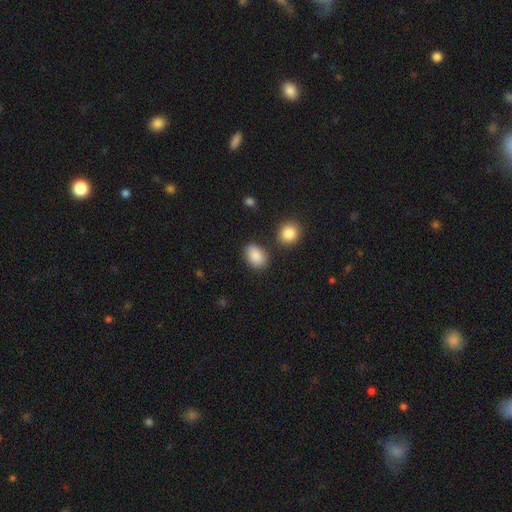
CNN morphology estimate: Overall: smooth (88%). How rounded: in between (82%). Merging: none (77%).